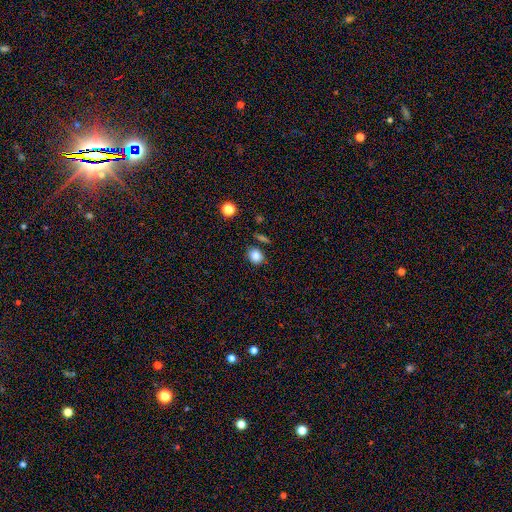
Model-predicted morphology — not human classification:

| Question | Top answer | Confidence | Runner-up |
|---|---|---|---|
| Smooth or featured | smooth | 84% | star or artifact (11%) |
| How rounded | round | 59% | in between (40%) |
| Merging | none | 78% | minor disturbance (13%) |